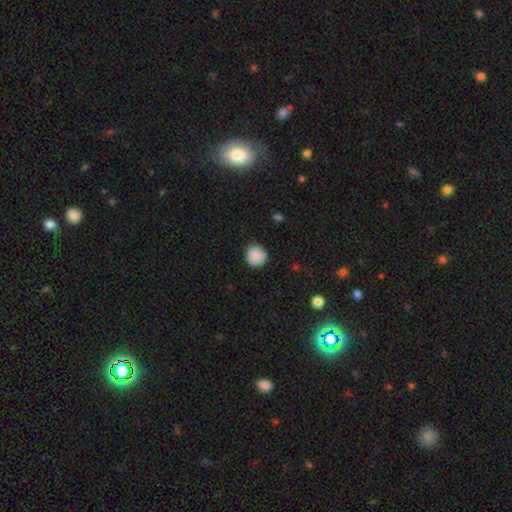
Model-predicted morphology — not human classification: The model was most divided on "merging": none: 88%, minor disturbance: 9%, major disturbance: 2%, merger: 1%. More confident: how rounded — round (92%); smooth or featured — smooth (89%).